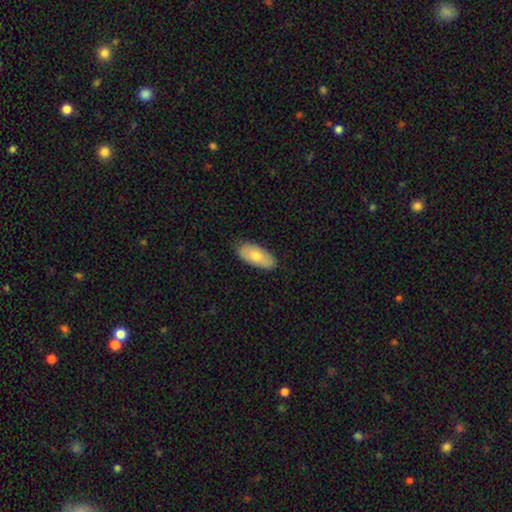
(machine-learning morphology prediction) This is likely a smooth galaxy (73%). How rounded: clearly in between (90%). Merging: clearly none (85%).